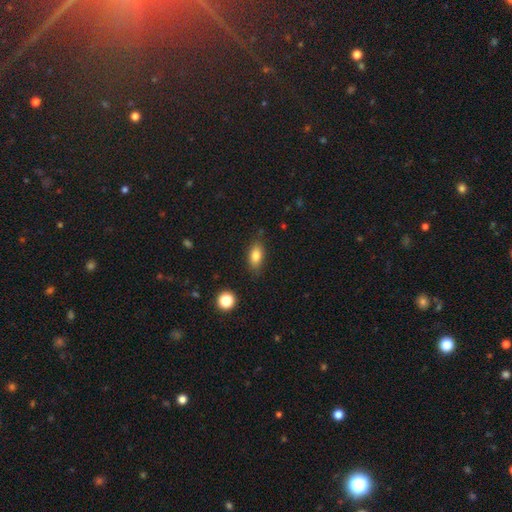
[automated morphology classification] Smooth or featured?
  - smooth: 82% *
  - star or artifact: 9%
  - featured or disk: 9%
How rounded?
  - in between: 85% *
  - cigar-shaped: 8%
  - round: 8%
Merging?
  - none: 81% *
  - minor disturbance: 14%
  - major disturbance: 3%
  - merger: 2%